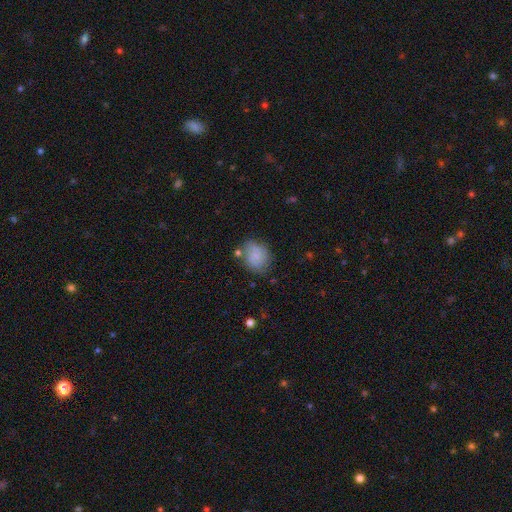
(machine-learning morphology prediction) Smooth or featured? Predicted: smooth (p=0.75). How rounded? Predicted: round (p=0.65). Merging? Predicted: none (p=0.67).